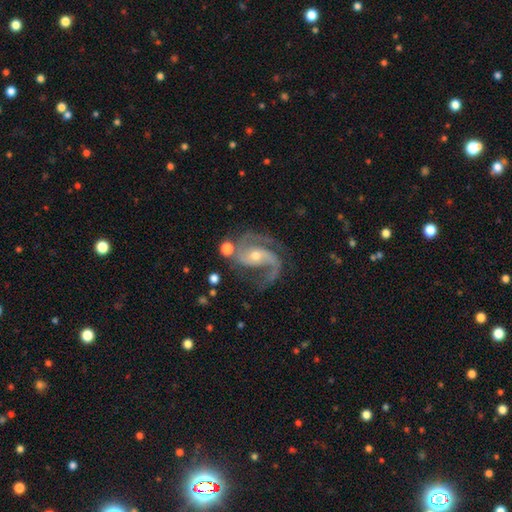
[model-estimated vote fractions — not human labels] Smooth or featured?
  - featured or disk: 90% *
  - star or artifact: 6%
  - smooth: 4%
Edge-on disk?
  - no: 98% *
  - yes: 2%
Bar?
  - no: 46% *
  - weak: 36%
  - strong: 18%
Spiral arms?
  - yes: 98% *
  - no: 2%
Spiral winding?
  - medium: 55% *
  - loose: 28%
  - tight: 17%
Spiral arm count?
  - 2: 76% *
  - 3: 9%
  - 1: 7%
  - can't tell: 4%
  - 4: 2%
  - more than 4: 2%
Bulge size?
  - small: 56% *
  - moderate: 40%
  - large: 2%
  - none: 1%
  - dominant: 1%
Merging?
  - none: 60% *
  - minor disturbance: 18%
  - major disturbance: 15%
  - merger: 6%